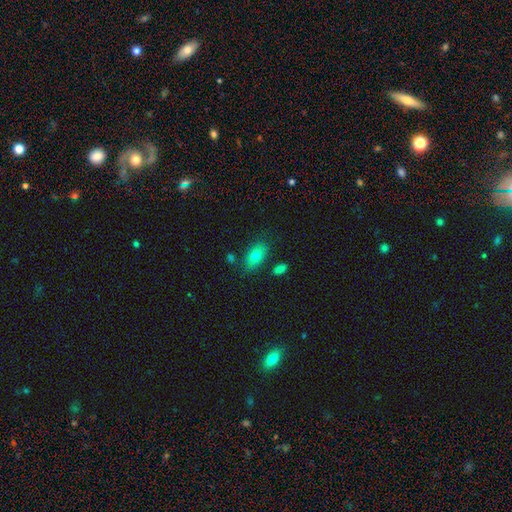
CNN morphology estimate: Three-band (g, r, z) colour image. It shows a smooth galaxy with no disk features (76%) that is in between round and cigar-shaped (88%). Merging: none (78%).